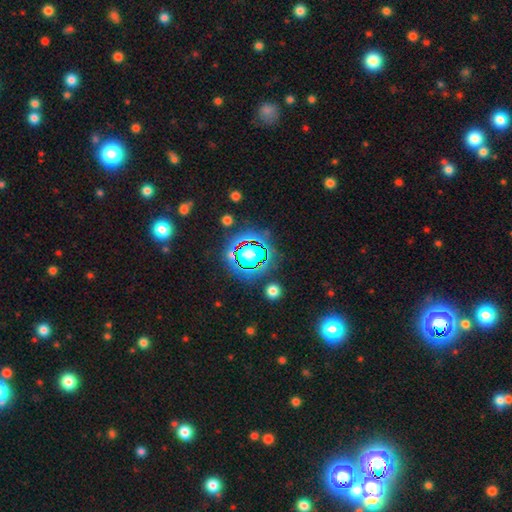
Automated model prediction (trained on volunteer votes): This appears to be a star or artifact, not a galaxy (80%).